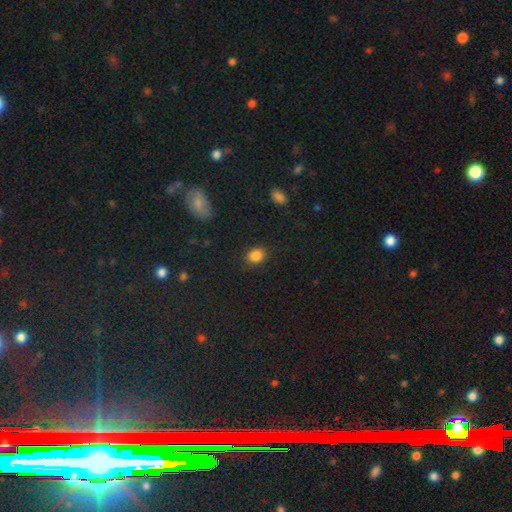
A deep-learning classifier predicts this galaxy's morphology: This appears to be a smooth galaxy with no disk features (86%) that is round (55%). Merging: none (85%).